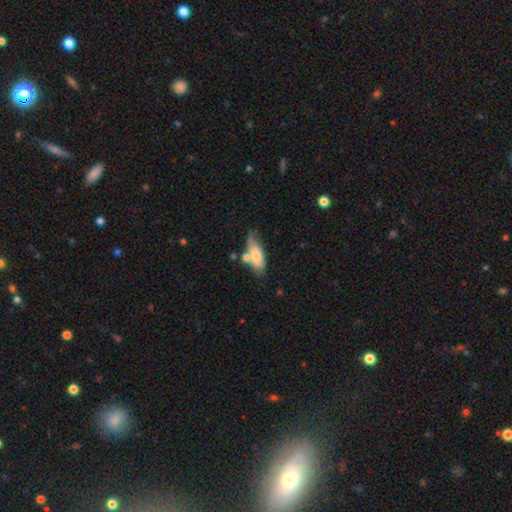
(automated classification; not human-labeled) smooth_or_featured: smooth (p=0.68) [alt: featured or disk p=0.26]
how_rounded: in between (p=0.69) [alt: cigar-shaped p=0.28]
merging: none (p=0.42) [alt: minor disturbance p=0.25]